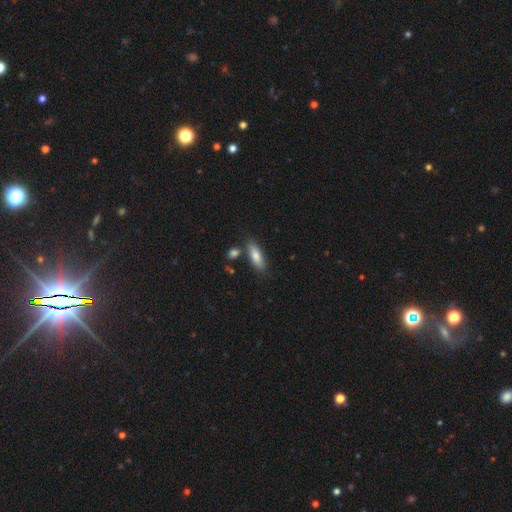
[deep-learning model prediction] Overall: smooth (79%). How rounded: in between (62%; cigar-shaped 36%). Merging: none (78%).